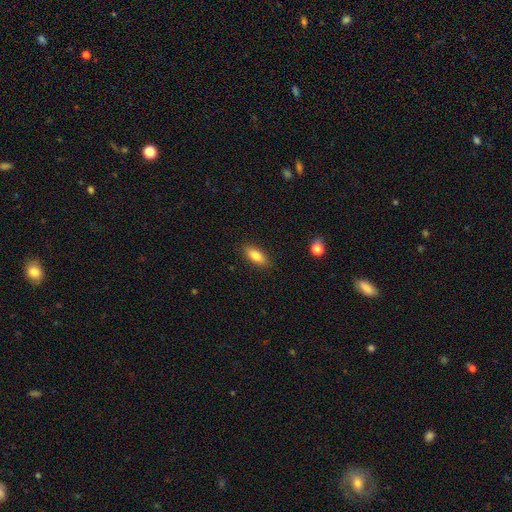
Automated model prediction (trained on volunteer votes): Smooth or featured?
  - smooth: 81% *
  - featured or disk: 12%
  - star or artifact: 7%
How rounded?
  - in between: 79% *
  - cigar-shaped: 18%
  - round: 3%
Merging?
  - none: 88% *
  - minor disturbance: 9%
  - major disturbance: 2%
  - merger: 1%